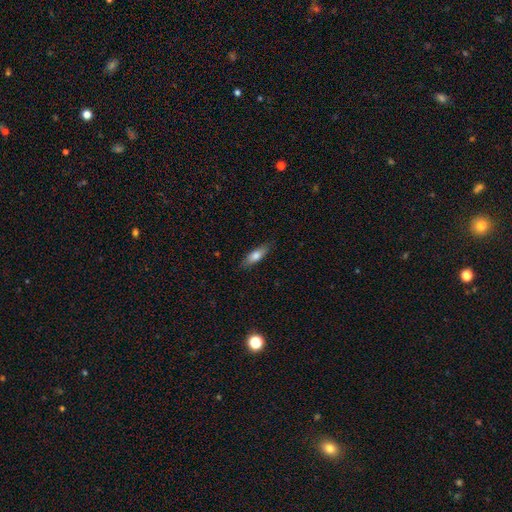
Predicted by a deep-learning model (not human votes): Smooth or featured: smooth — 73% (featured or disk — 20%)
How rounded: in between — 52% (cigar-shaped — 46%)
Merging: none — 84% (minor disturbance — 13%)